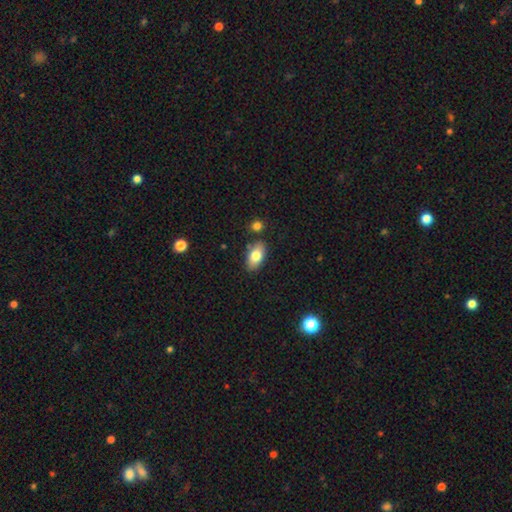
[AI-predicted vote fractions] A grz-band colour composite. It shows a smooth galaxy with no disk features (78%) that is in between round and cigar-shaped (91%). Merging: none (81%).